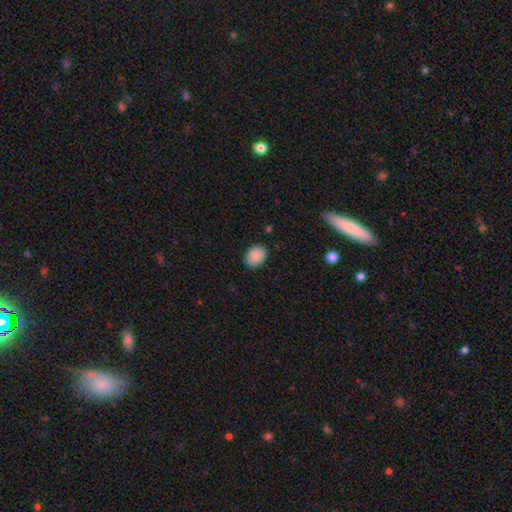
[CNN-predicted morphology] Smooth or featured?
  - smooth: 86% *
  - star or artifact: 8%
  - featured or disk: 6%
How rounded?
  - in between: 54% *
  - round: 45%
  - cigar-shaped: 1%
Merging?
  - none: 84% *
  - minor disturbance: 13%
  - major disturbance: 2%
  - merger: 1%